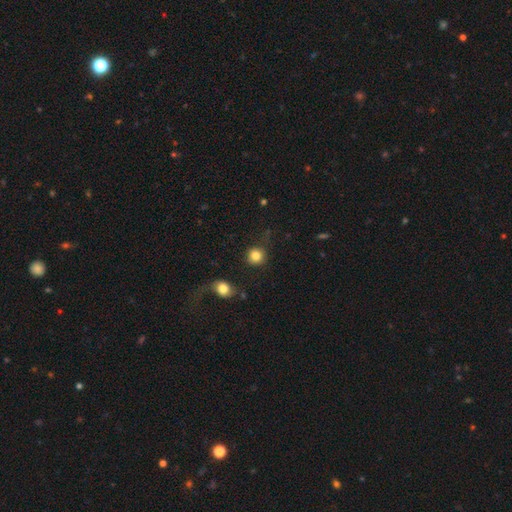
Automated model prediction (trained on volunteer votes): smooth-or-featured: smooth: 84% | star or artifact: 10% | featured or disk: 6%
  how-rounded: round: 92% | in between: 7% | cigar-shaped: 1%
  merging: none: 79% | minor disturbance: 11% | major disturbance: 6% | merger: 5%